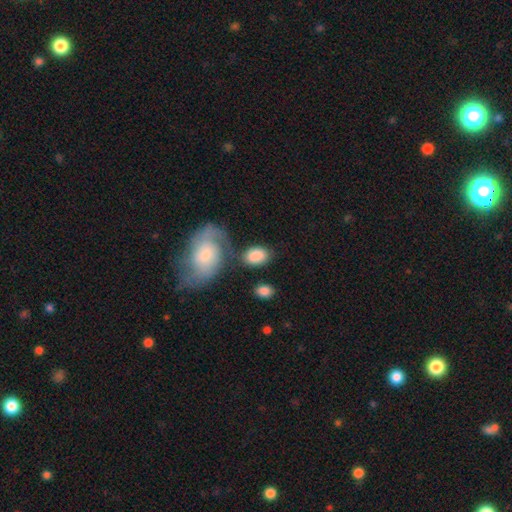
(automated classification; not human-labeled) A smooth galaxy with no disk features (82%) that is in between round and cigar-shaped (82%).

Vote fractions:
- Smooth or featured? smooth: 82% / featured or disk: 12% / star or artifact: 6%
- How rounded? in between: 82% / round: 17% / cigar-shaped: 1%
- Merging? none: 58% / minor disturbance: 19% / merger: 15% / major disturbance: 8%